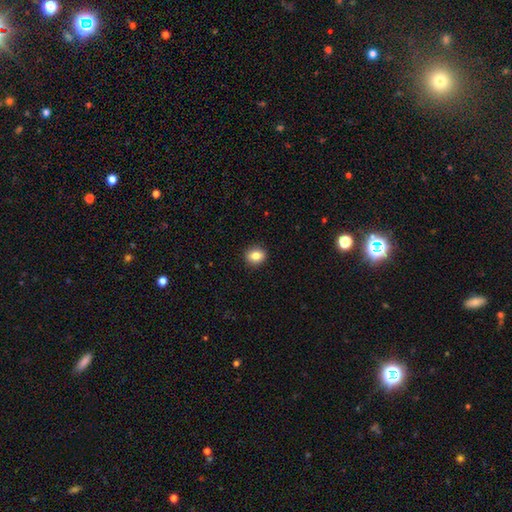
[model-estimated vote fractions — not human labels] Smooth or featured: smooth — 84% (star or artifact — 9%)
How rounded: round — 66% (in between — 33%)
Merging: none — 91% (minor disturbance — 6%)